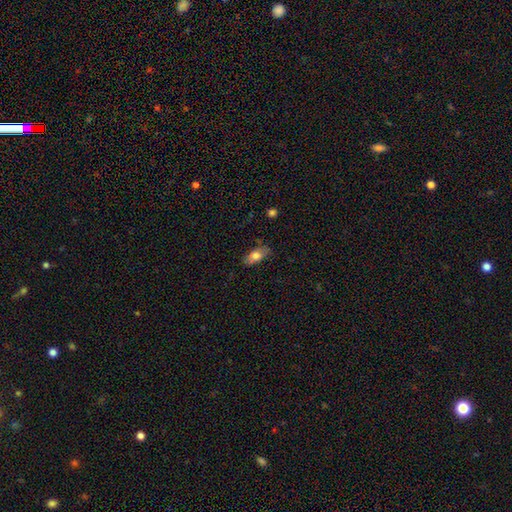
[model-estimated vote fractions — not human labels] smooth_or_featured: smooth (p=0.71) [alt: featured or disk p=0.21]
how_rounded: in between (p=0.84) [alt: cigar-shaped p=0.12]
merging: none (p=0.78) [alt: minor disturbance p=0.17]